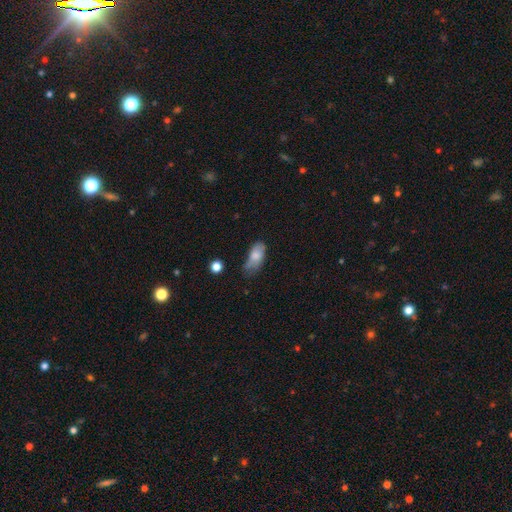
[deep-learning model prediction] Morphology: type=smooth (75%); roundness=in between (86%); merging=minor disturbance (40%).